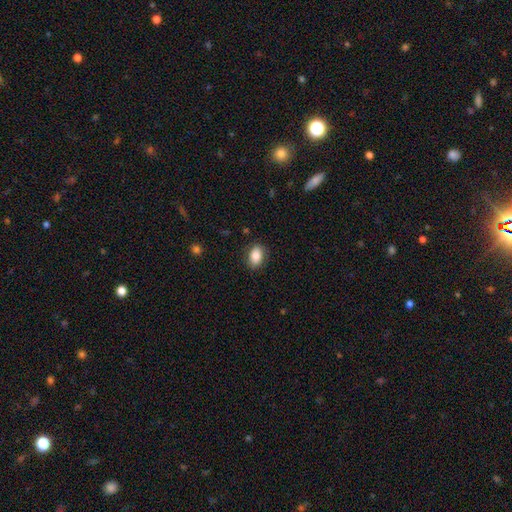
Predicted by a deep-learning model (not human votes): Overall: smooth (84%). How rounded: in between (85%). Merging: none (85%).